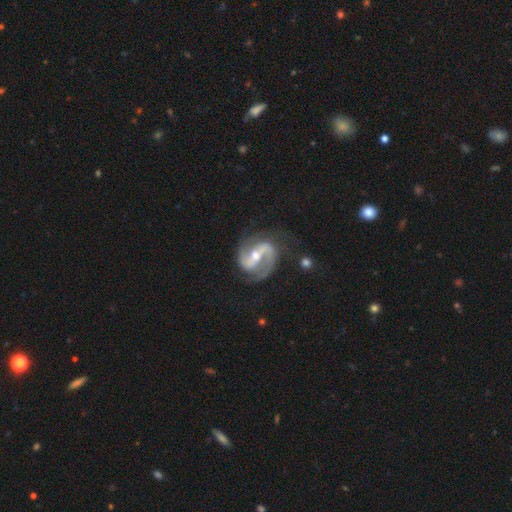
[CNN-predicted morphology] Overall: featured or disk (91%). Edge-on disk: no (98%). Bar: strong (49%; weak 37%). Spiral arms: yes (97%). Spiral arm count: 2 (91%). Spiral winding: medium (58%; tight 21%). Bulge size: moderate (61%; small 32%). Merging: none (72%).